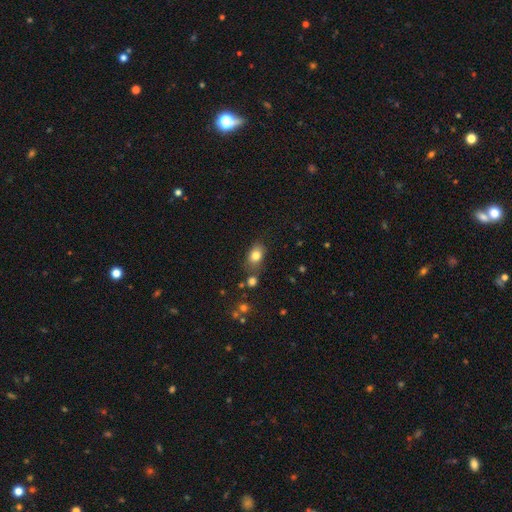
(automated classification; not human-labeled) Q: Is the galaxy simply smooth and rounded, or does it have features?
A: smooth — 80%.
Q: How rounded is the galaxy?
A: in between — 73%.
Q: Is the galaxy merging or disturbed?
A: none — 70%.